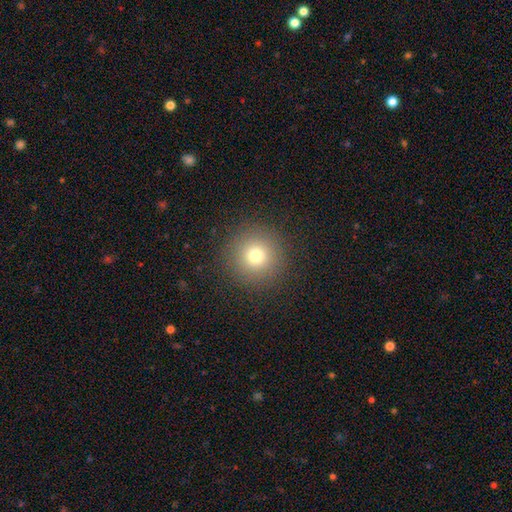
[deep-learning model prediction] smooth_or_featured: smooth (p=0.74) [alt: star or artifact p=0.16]
how_rounded: round (p=0.96) [alt: in between p=0.03]
merging: none (p=0.91) [alt: minor disturbance p=0.05]